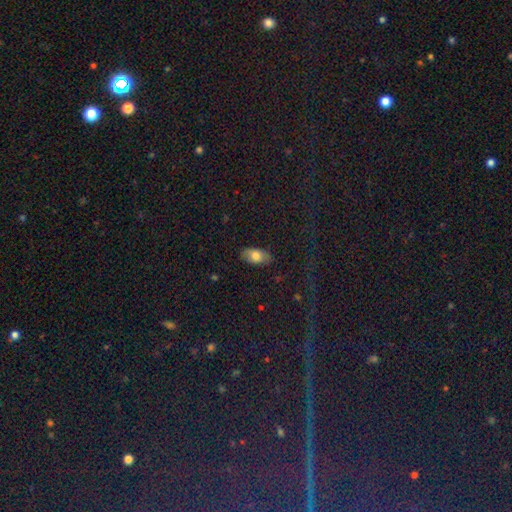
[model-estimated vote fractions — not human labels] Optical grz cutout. It shows a smooth galaxy with no disk features (76%) that is in between round and cigar-shaped (92%). Merging: none (85%).